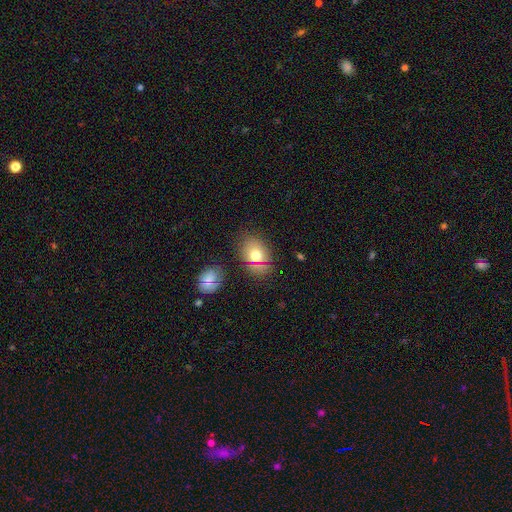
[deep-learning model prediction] This is likely a smooth galaxy (70%). How rounded: likely in between (64%). Merging: likely none (77%).